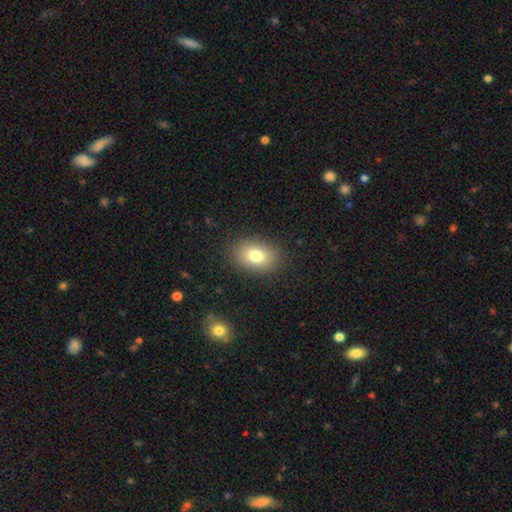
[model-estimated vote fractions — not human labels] smooth-or-featured: smooth: 79% | featured or disk: 11% | star or artifact: 10%
  how-rounded: in between: 80% | round: 19% | cigar-shaped: 1%
  merging: none: 87% | minor disturbance: 9% | major disturbance: 3% | merger: 1%